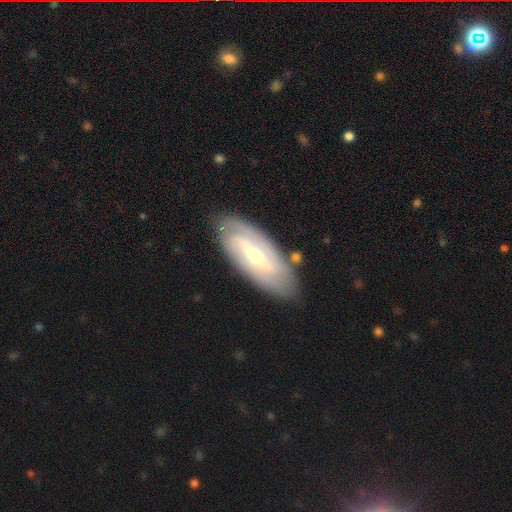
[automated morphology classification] type=featured or disk (79%); edge-on=no (89%); bar=strong (44%); spiral arms=yes (87%); winding=tight (46%); arm count=2 (64%); bulge=moderate (50%); merging=none (83%).